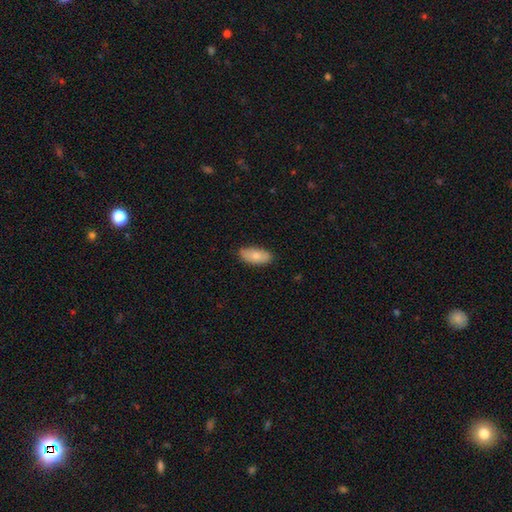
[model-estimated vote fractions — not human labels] Smooth or featured?
  - smooth: 78% *
  - featured or disk: 16%
  - star or artifact: 6%
How rounded?
  - in between: 90% *
  - cigar-shaped: 7%
  - round: 3%
Merging?
  - none: 85% *
  - minor disturbance: 12%
  - major disturbance: 2%
  - merger: 1%